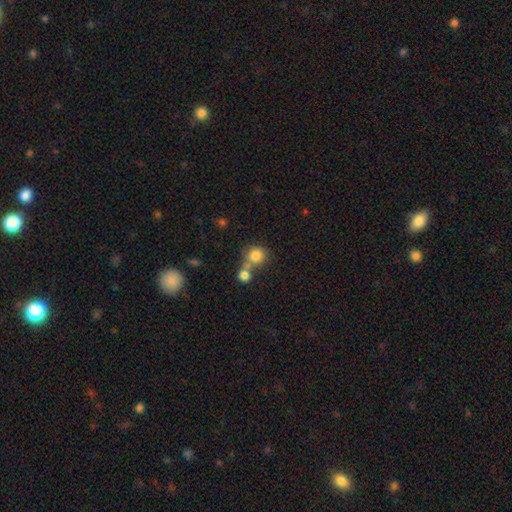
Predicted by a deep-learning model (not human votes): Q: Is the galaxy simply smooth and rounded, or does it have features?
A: smooth — 81%.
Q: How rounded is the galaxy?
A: round — 87%.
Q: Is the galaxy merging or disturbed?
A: none — 52%.